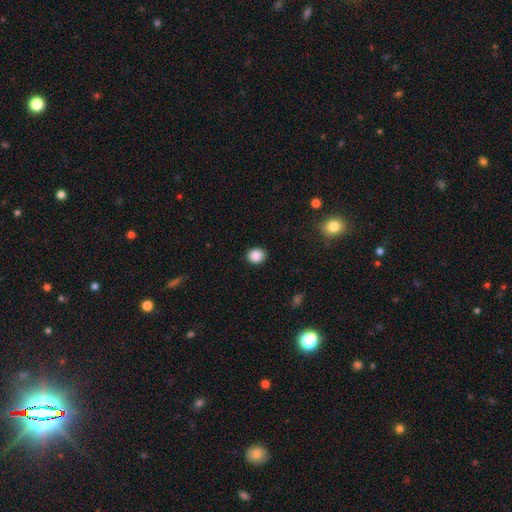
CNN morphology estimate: Smooth or featured?
  - smooth: 88% *
  - star or artifact: 9%
  - featured or disk: 3%
How rounded?
  - round: 74% *
  - in between: 25%
  - cigar-shaped: 1%
Merging?
  - none: 90% *
  - minor disturbance: 7%
  - major disturbance: 2%
  - merger: 1%